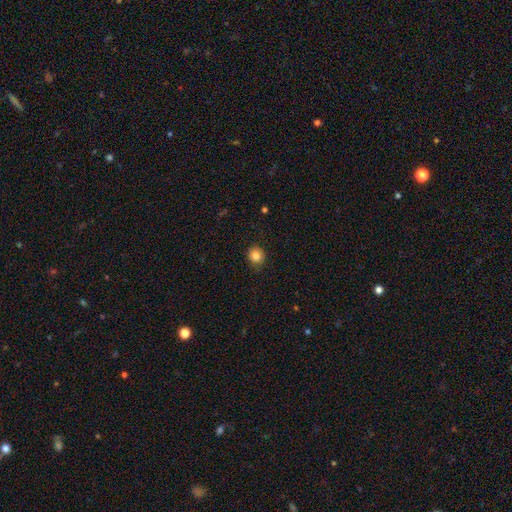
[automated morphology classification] This appears to be a smooth galaxy with no disk features (85%) that is round (82%). Merging: none (87%).